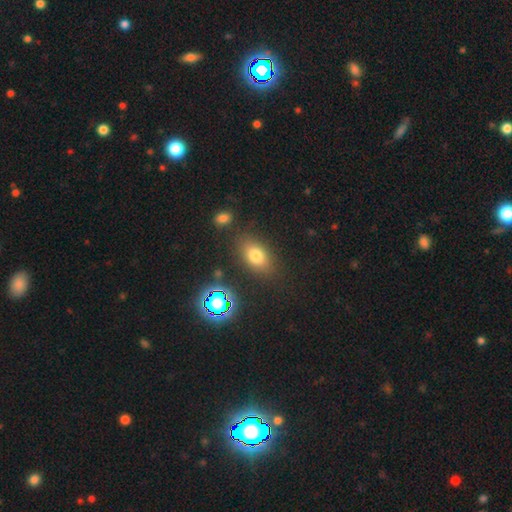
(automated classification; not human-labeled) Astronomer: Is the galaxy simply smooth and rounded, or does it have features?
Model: smooth — 73%.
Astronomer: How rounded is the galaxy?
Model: in between — 81%.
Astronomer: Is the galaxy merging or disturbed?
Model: none — 81%.